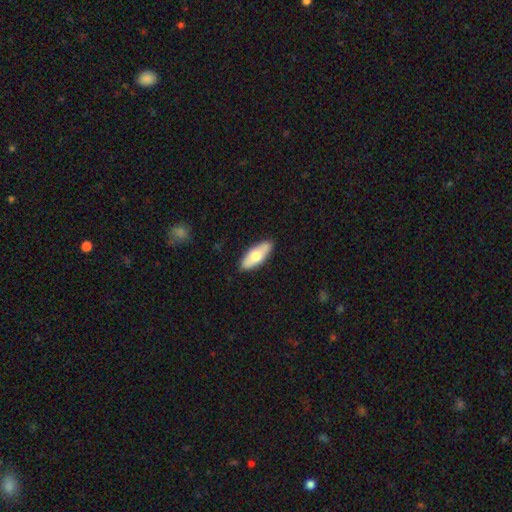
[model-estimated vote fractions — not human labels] Morphology: type=smooth (65%); roundness=in between (77%); merging=none (88%).